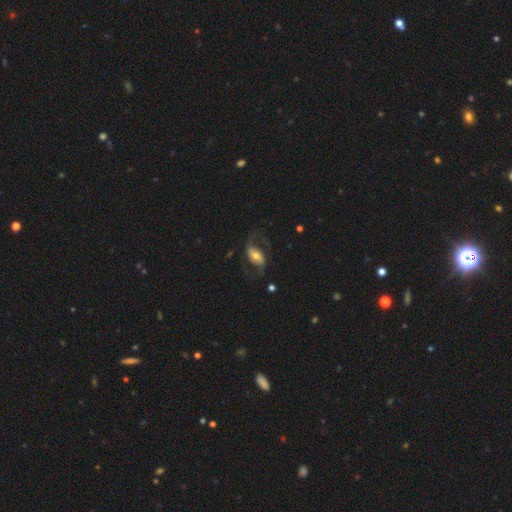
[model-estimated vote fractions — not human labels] Smooth or featured: featured or disk — 73% (smooth — 20%)
Edge-on disk: no — 95% (yes — 5%)
Bar: strong — 37% (weak — 35%)
Spiral arms: yes — 89% (no — 11%)
Spiral winding: loose — 59% (medium — 33%)
Spiral arm count: 2 — 91% (can't tell — 3%)
Bulge size: moderate — 56% (small — 26%)
Merging: none — 66% (major disturbance — 18%)